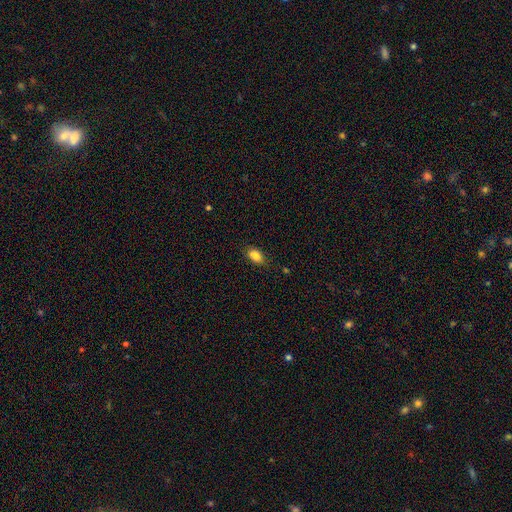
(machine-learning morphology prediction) The model was most divided on "merging": none: 84%, minor disturbance: 12%, major disturbance: 3%, merger: 1%. More confident: how rounded — in between (87%); smooth or featured — smooth (85%).